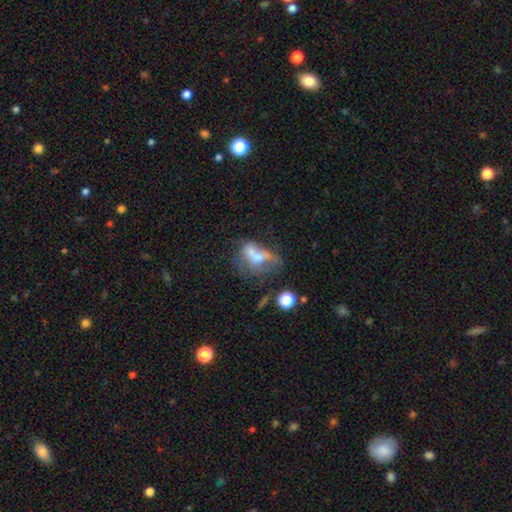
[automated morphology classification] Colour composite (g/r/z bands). It shows a featured or disk galaxy (46%). Merging: merger (34%).